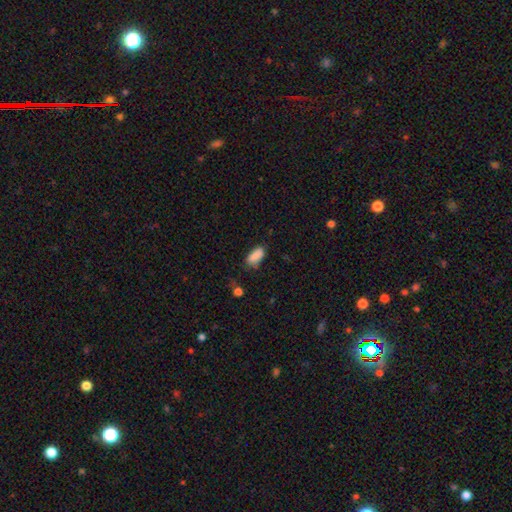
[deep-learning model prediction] The model was most divided on "merging": none: 65%, minor disturbance: 26%, major disturbance: 7%, merger: 3%. More confident: smooth or featured — smooth (87%); how rounded — in between (87%).